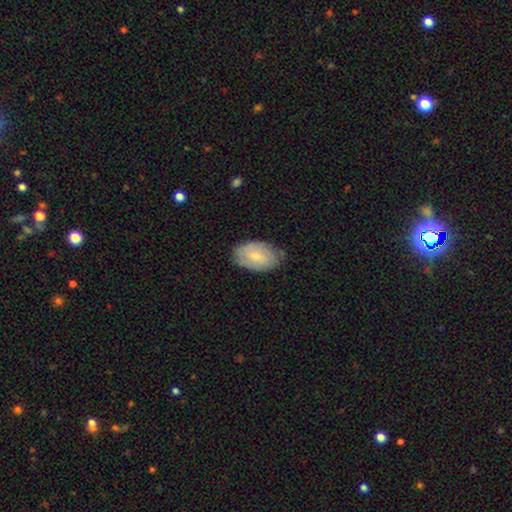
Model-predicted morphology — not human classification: This is likely a smooth galaxy (67%). How rounded: clearly in between (92%). Merging: likely none (74%).